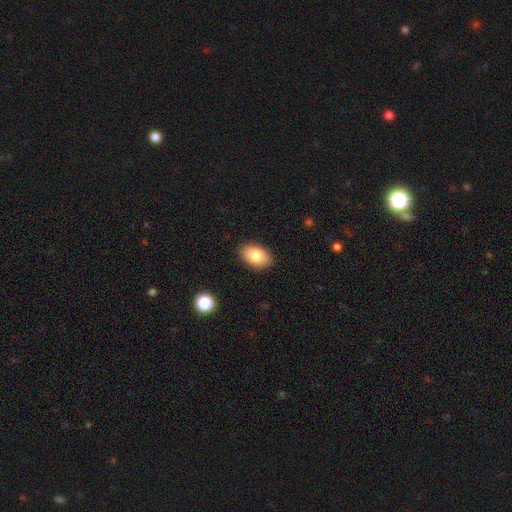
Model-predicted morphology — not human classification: Smooth or featured? Predicted: smooth (p=0.83). How rounded? Predicted: in between (p=0.90). Merging? Predicted: none (p=0.88).